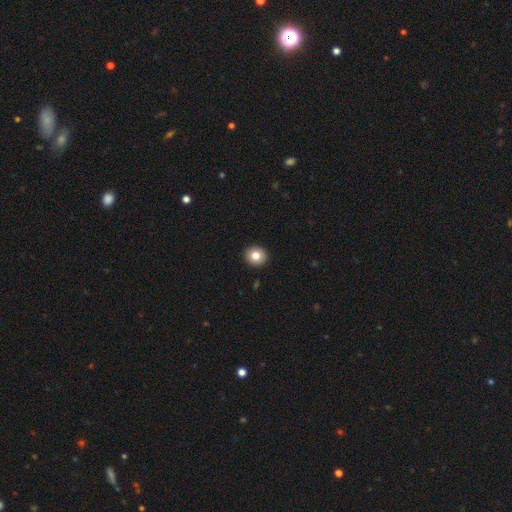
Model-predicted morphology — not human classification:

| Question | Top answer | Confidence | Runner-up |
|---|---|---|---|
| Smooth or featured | smooth | 82% | star or artifact (9%) |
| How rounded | round | 85% | in between (14%) |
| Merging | none | 93% | minor disturbance (5%) |